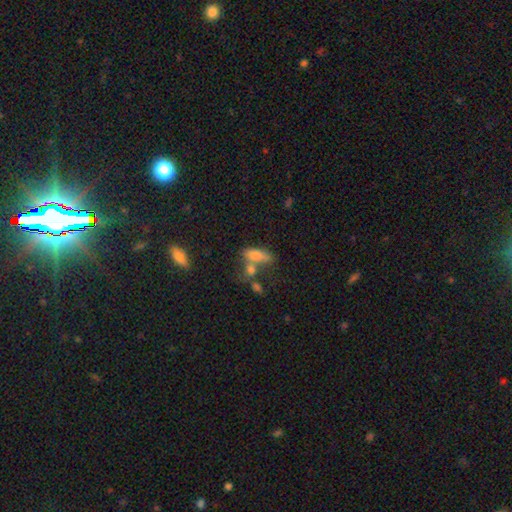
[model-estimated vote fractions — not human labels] Smooth or featured?
  - smooth: 74% *
  - featured or disk: 15%
  - star or artifact: 11%
How rounded?
  - in between: 69% *
  - cigar-shaped: 25%
  - round: 6%
Merging?
  - merger: 37% *
  - none: 34%
  - minor disturbance: 16%
  - major disturbance: 13%